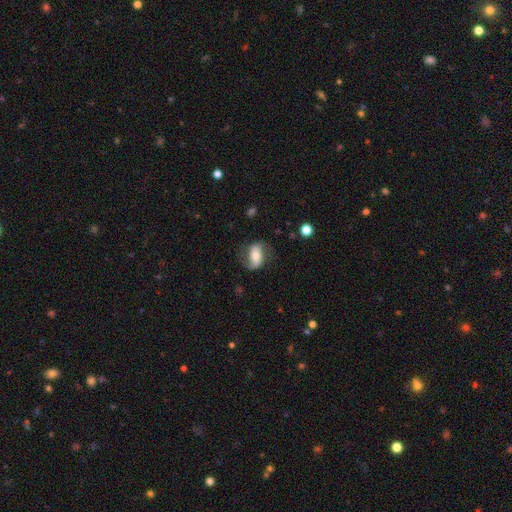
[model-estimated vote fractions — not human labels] Smooth or featured: featured or disk — 62% (smooth — 31%)
Edge-on disk: no — 95% (yes — 5%)
Bar: no — 37% (strong — 33%)
Spiral arms: yes — 87% (no — 13%)
Spiral winding: loose — 46% (medium — 38%)
Spiral arm count: 2 — 85% (1 — 6%)
Bulge size: moderate — 57% (small — 28%)
Merging: none — 68% (minor disturbance — 19%)